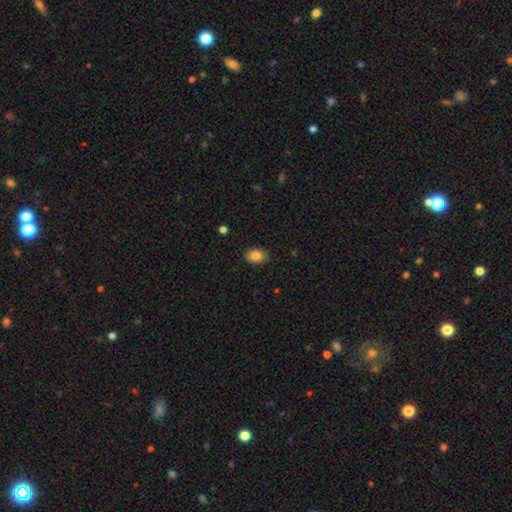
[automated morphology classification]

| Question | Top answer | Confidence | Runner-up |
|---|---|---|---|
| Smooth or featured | smooth | 85% | star or artifact (9%) |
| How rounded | in between | 76% | round (23%) |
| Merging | none | 87% | minor disturbance (10%) |